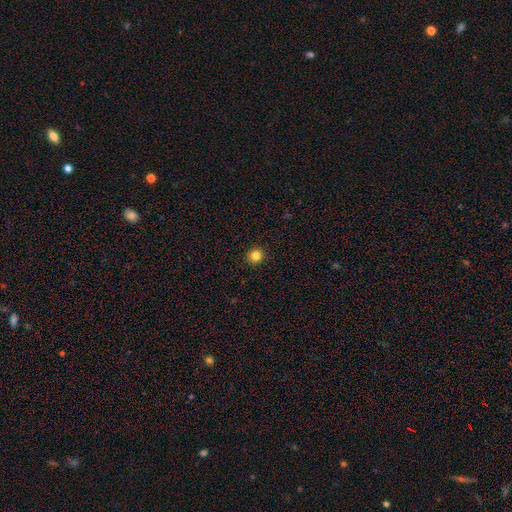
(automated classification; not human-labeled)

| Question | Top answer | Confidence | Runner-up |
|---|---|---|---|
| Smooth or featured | smooth | 83% | star or artifact (12%) |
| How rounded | round | 92% | in between (7%) |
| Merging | none | 93% | minor disturbance (5%) |